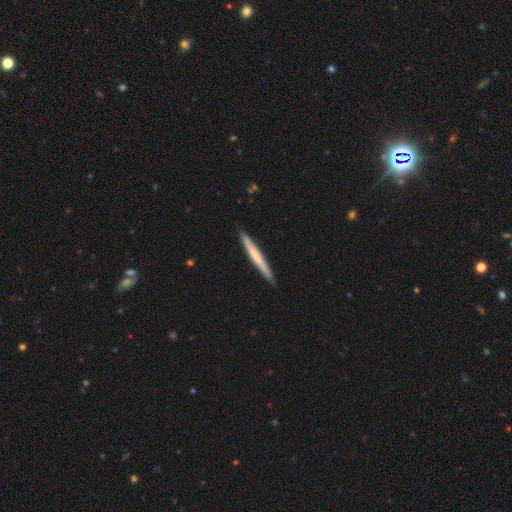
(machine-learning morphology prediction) Smooth or featured: smooth — 50% (featured or disk — 45%)
How rounded: cigar-shaped — 97% (in between — 2%)
Merging: none — 89% (minor disturbance — 8%)